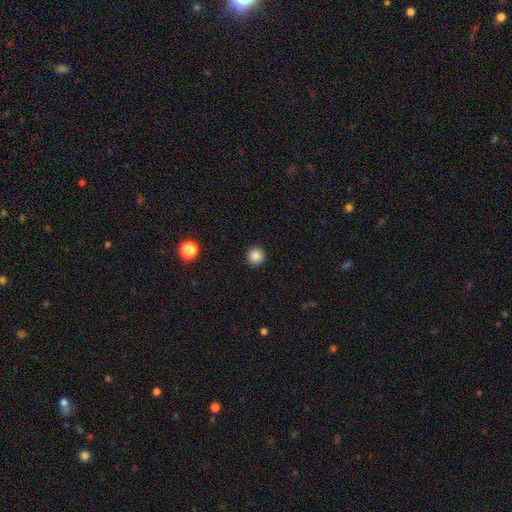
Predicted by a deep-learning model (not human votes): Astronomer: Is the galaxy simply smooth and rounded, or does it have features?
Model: smooth — 86%.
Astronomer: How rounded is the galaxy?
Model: round — 96%.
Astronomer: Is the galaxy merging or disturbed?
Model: none — 93%.